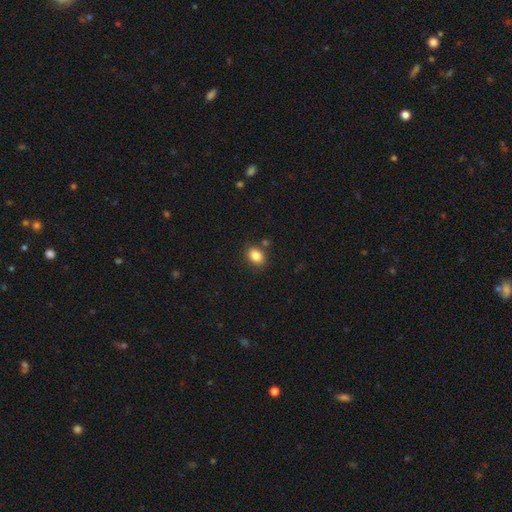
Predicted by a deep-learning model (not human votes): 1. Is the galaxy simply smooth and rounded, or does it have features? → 85% smooth, 10% star or artifact, 6% featured or disk.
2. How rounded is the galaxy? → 65% in between, 34% round, 1% cigar-shaped.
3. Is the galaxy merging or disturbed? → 81% none, 10% minor disturbance, 5% merger, 3% major disturbance.